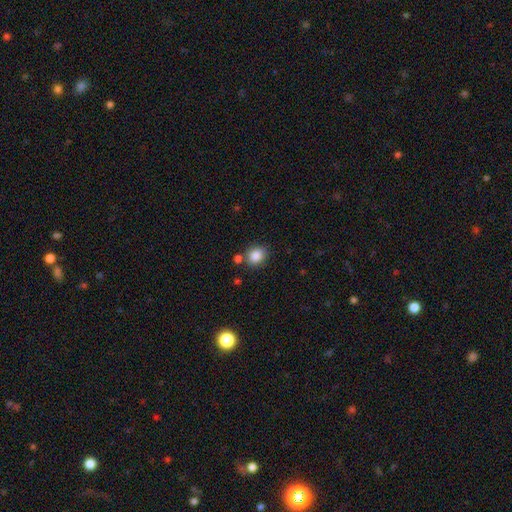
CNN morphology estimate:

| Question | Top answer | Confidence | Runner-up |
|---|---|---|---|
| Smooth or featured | smooth | 85% | star or artifact (10%) |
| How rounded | round | 63% | in between (36%) |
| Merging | none | 77% | minor disturbance (11%) |